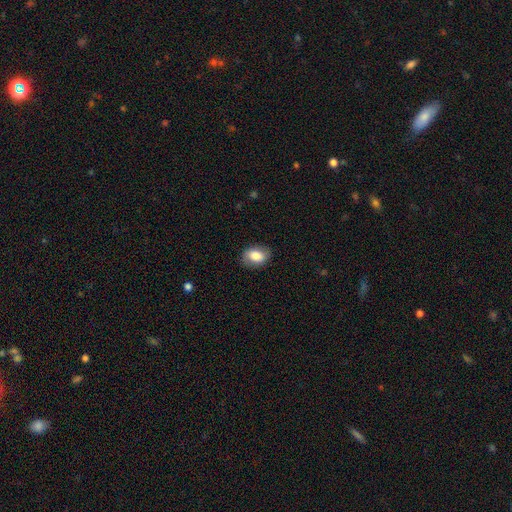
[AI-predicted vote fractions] Smooth or featured? Predicted: smooth (p=0.81). How rounded? Predicted: in between (p=0.78). Merging? Predicted: none (p=0.83).